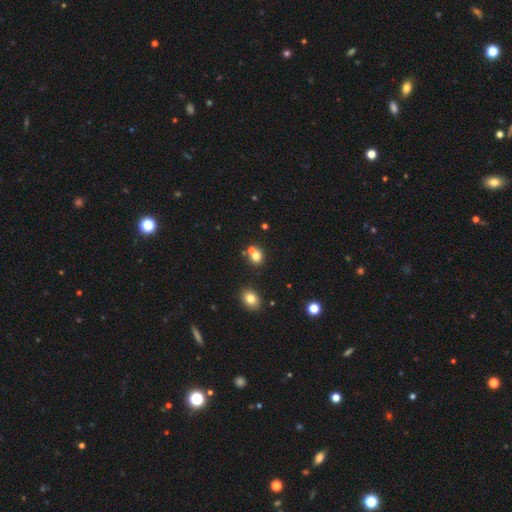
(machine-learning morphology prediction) smooth-or-featured: smooth: 73% | star or artifact: 15% | featured or disk: 12%
  how-rounded: round: 79% | in between: 20% | cigar-shaped: 1%
  merging: none: 52% | merger: 37% | minor disturbance: 8% | major disturbance: 3%